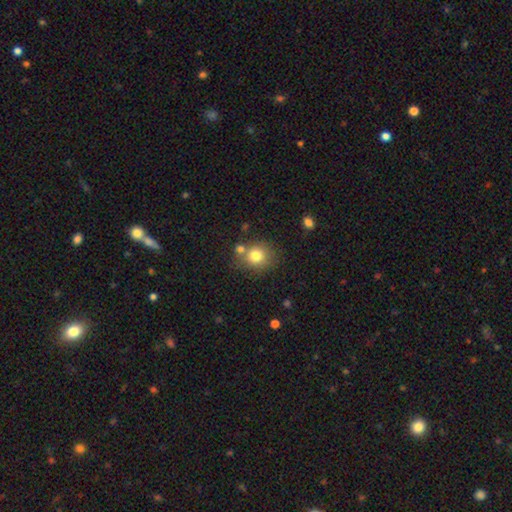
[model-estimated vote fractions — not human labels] Smooth or featured?
  - smooth: 79% *
  - star or artifact: 11%
  - featured or disk: 10%
How rounded?
  - round: 79% *
  - in between: 20%
  - cigar-shaped: 1%
Merging?
  - none: 67% *
  - merger: 17%
  - minor disturbance: 12%
  - major disturbance: 4%